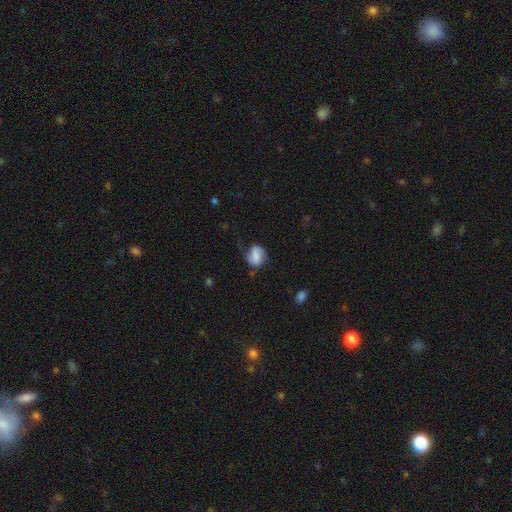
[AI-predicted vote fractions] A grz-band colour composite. It shows a featured or disk galaxy (47%). Merging: none (54%).